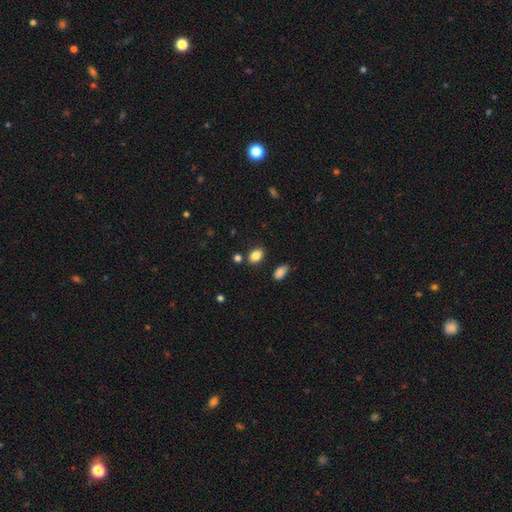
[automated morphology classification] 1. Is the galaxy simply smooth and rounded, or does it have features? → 85% smooth, 10% star or artifact, 5% featured or disk.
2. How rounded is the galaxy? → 74% in between, 25% round, 1% cigar-shaped.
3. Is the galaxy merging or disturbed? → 81% none, 10% minor disturbance, 6% merger, 3% major disturbance.